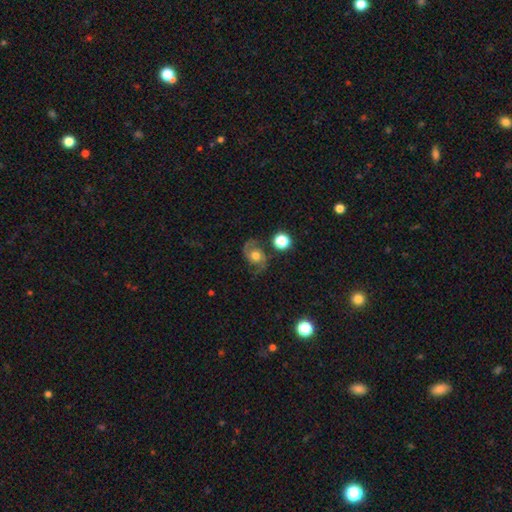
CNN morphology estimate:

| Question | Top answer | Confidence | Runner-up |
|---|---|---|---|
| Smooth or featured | featured or disk | 67% | smooth (22%) |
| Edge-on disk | no | 97% | yes (3%) |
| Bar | no | 73% | weak (22%) |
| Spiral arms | yes | 90% | no (10%) |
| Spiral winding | medium | 46% | loose (39%) |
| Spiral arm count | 2 | 90% | can't tell (4%) |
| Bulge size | moderate | 68% | large (18%) |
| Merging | none | 68% | minor disturbance (19%) |